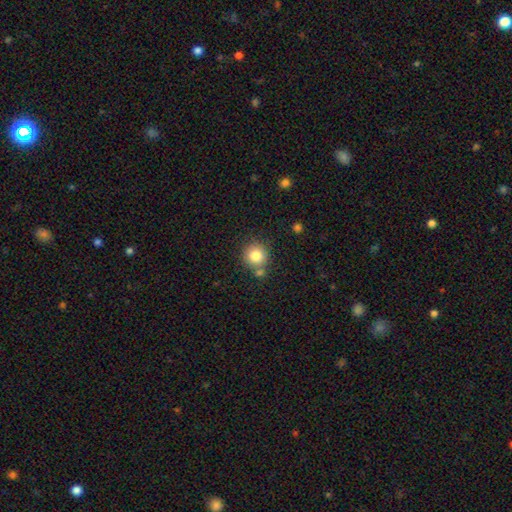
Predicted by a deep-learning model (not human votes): This appears to be a smooth galaxy with no disk features (81%) that is round (92%). Merging: none (70%).